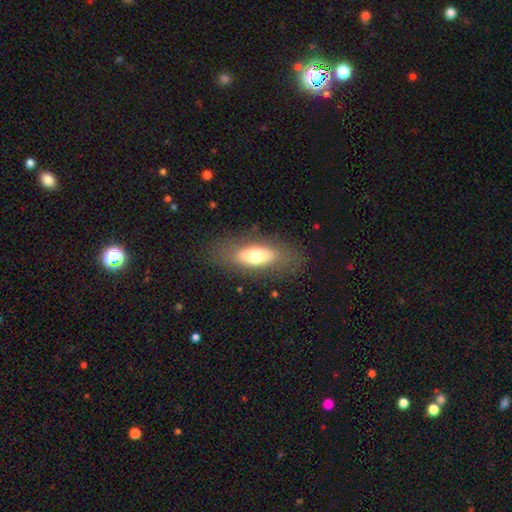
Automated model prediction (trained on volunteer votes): Smooth or featured?
  - smooth: 64% *
  - featured or disk: 29%
  - star or artifact: 7%
How rounded?
  - in between: 75% *
  - cigar-shaped: 21%
  - round: 4%
Merging?
  - none: 79% *
  - minor disturbance: 13%
  - major disturbance: 7%
  - merger: 1%